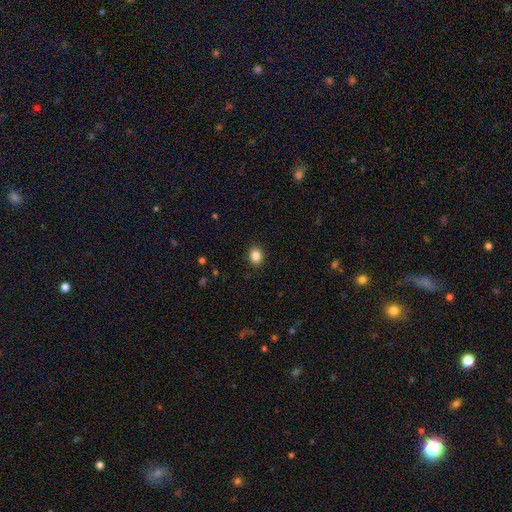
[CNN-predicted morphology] Smooth or featured? Predicted: smooth (p=0.86). How rounded? Predicted: round (p=0.55). Merging? Predicted: none (p=0.90).